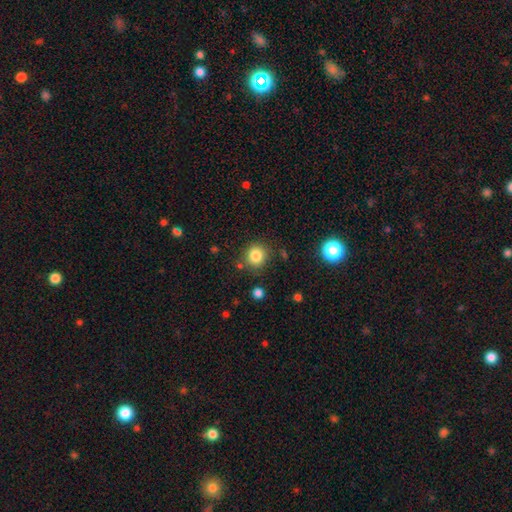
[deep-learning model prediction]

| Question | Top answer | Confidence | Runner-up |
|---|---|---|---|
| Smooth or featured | smooth | 83% | star or artifact (11%) |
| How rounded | round | 89% | in between (10%) |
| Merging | none | 82% | minor disturbance (10%) |